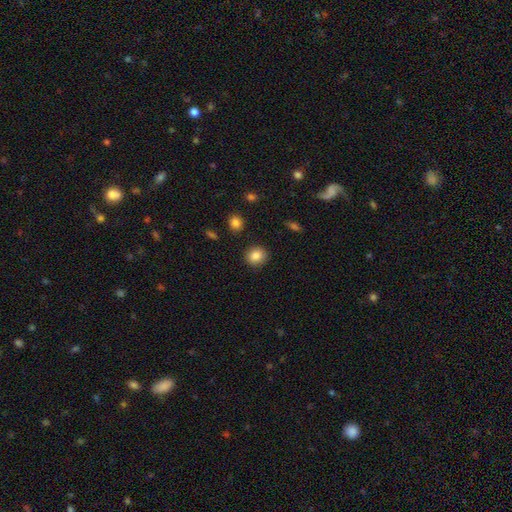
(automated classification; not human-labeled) This appears to be a smooth galaxy with no disk features (86%) that is round (80%). Merging: none (90%).